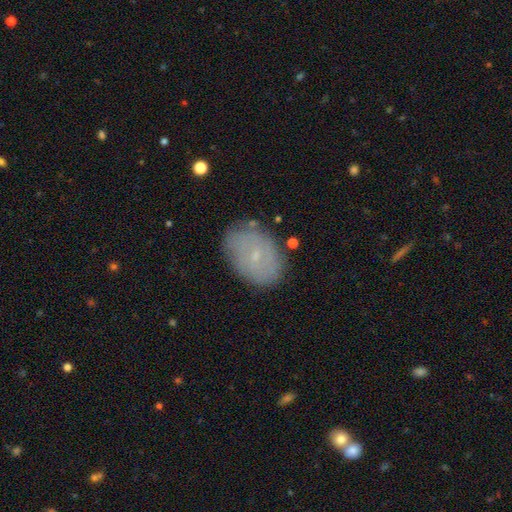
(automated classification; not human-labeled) smooth 52%, featured or disk 37%, star or artifact 11%. Down the decision tree: how rounded — in between (82%); merging — none (82%).